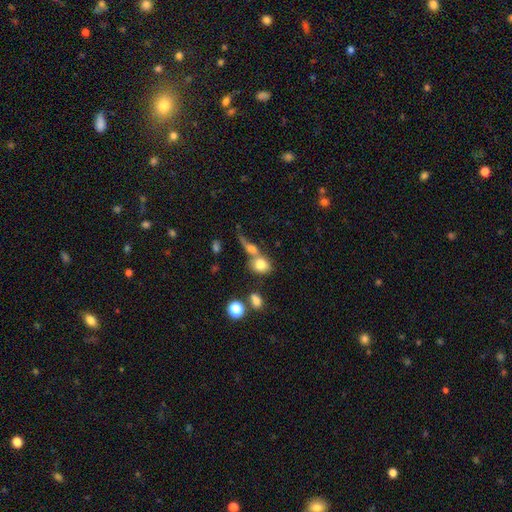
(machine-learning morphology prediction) smooth 61%, star or artifact 22%, featured or disk 16%. Down the decision tree: how rounded — round (63%); merging — none (44%).